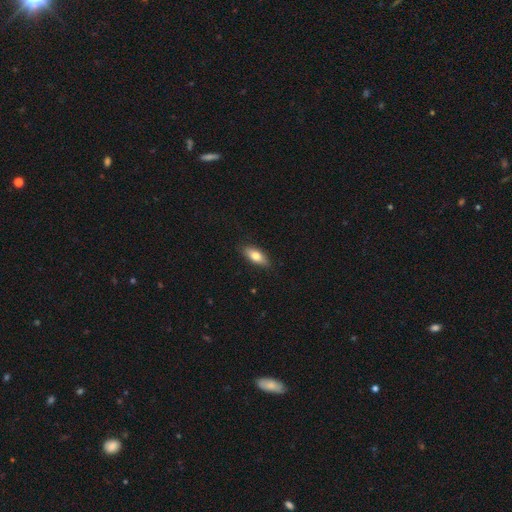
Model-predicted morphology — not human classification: This is likely a smooth galaxy (75%). How rounded: likely in between (77%). Merging: clearly none (87%).